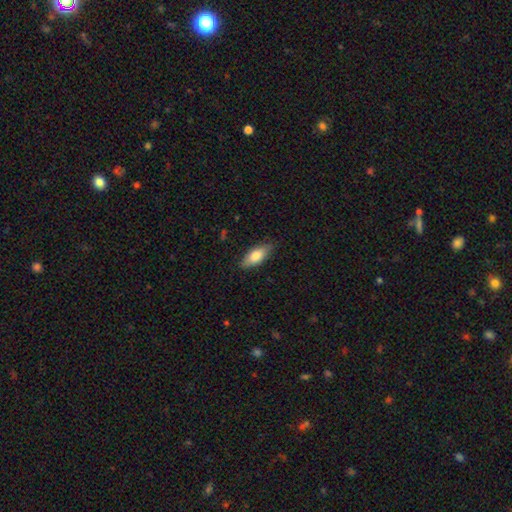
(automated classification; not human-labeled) Smooth or featured? smooth (78%)
How rounded? in between (80%)
Merging? none (82%)